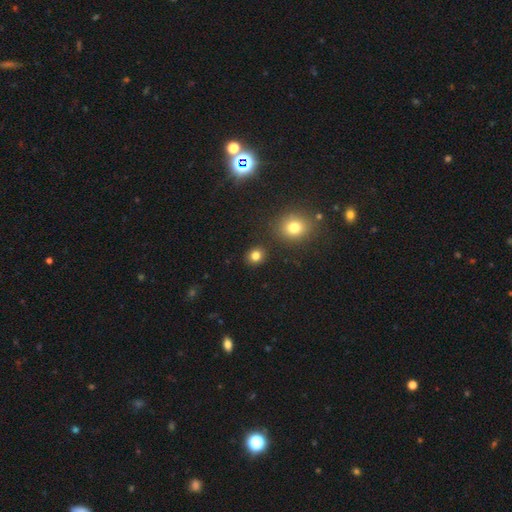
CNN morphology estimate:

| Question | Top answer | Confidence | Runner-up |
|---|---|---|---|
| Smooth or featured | smooth | 82% | star or artifact (13%) |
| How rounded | round | 80% | in between (19%) |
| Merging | none | 87% | minor disturbance (7%) |